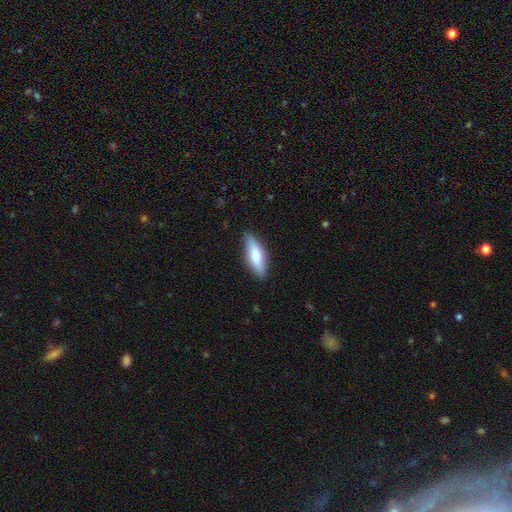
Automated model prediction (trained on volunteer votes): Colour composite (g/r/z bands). It shows a smooth galaxy with no disk features (73%) that is in between round and cigar-shaped (54%). Merging: none (83%).